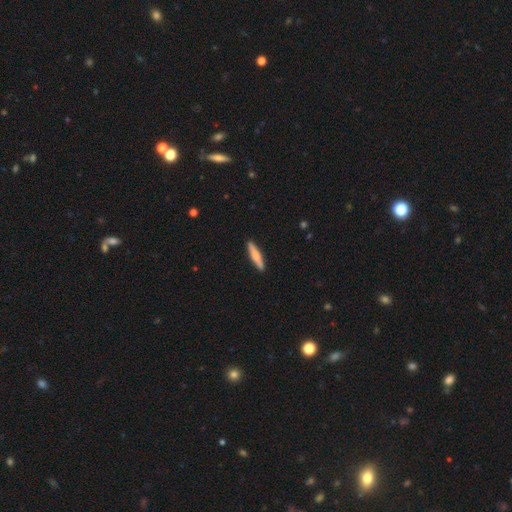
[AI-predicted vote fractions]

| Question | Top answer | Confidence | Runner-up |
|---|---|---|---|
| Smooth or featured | smooth | 63% | featured or disk (32%) |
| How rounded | cigar-shaped | 87% | in between (11%) |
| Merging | none | 90% | minor disturbance (7%) |